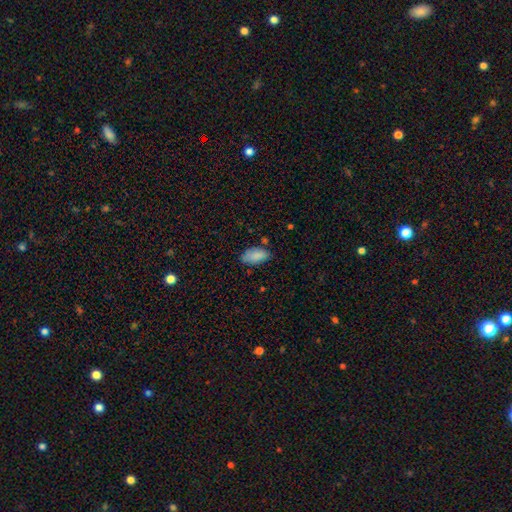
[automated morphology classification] Smooth or featured?
  - smooth: 85% *
  - featured or disk: 8%
  - star or artifact: 7%
How rounded?
  - in between: 93% *
  - round: 4%
  - cigar-shaped: 3%
Merging?
  - none: 67% *
  - minor disturbance: 24%
  - major disturbance: 5%
  - merger: 4%